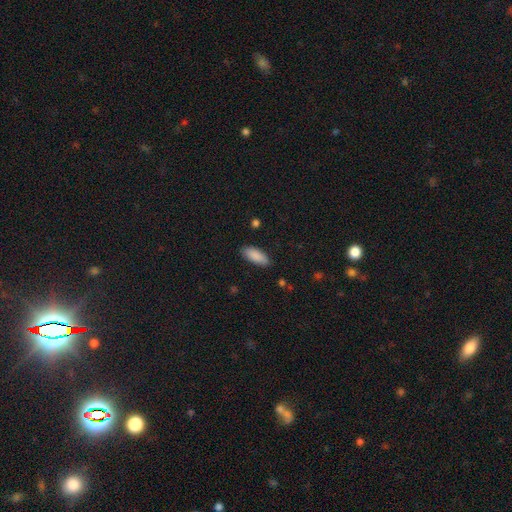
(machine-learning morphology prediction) type=smooth (89%); roundness=in between (81%); merging=none (85%).